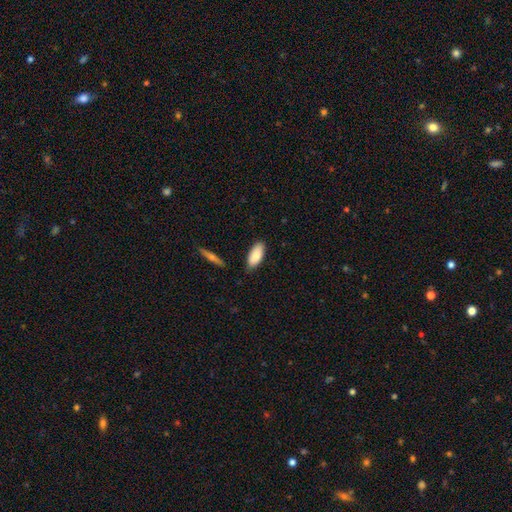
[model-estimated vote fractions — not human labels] smooth 83%, featured or disk 11%, star or artifact 6%. Down the decision tree: how rounded — in between (87%); merging — none (82%).